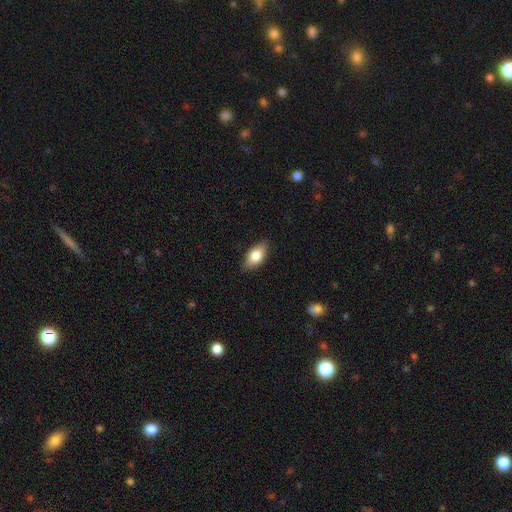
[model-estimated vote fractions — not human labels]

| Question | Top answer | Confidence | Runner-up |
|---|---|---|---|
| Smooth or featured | smooth | 79% | featured or disk (14%) |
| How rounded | in between | 90% | cigar-shaped (5%) |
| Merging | none | 86% | minor disturbance (11%) |